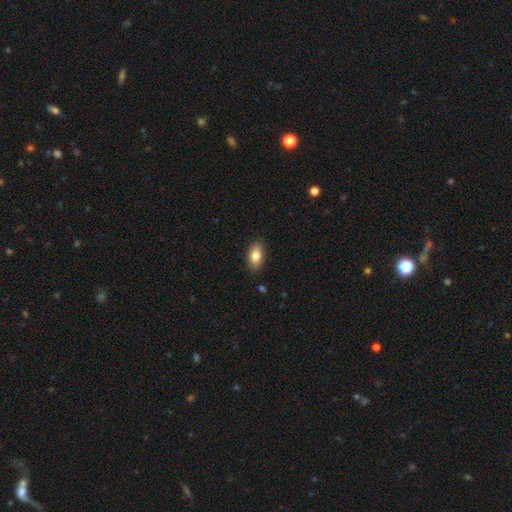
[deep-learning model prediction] smooth_or_featured: smooth (p=0.82) [alt: featured or disk p=0.11]
how_rounded: in between (p=0.90) [alt: round p=0.05]
merging: none (p=0.87) [alt: minor disturbance p=0.09]